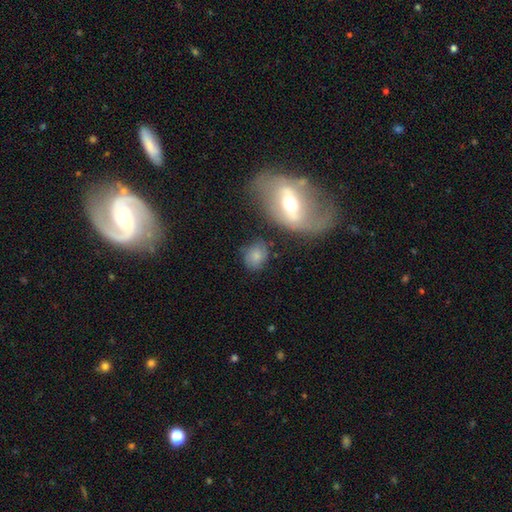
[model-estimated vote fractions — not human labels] The model was most divided on "how rounded": round: 51%, in between: 47%, cigar-shaped: 2%. More confident: smooth or featured — smooth (71%); merging — none (68%).